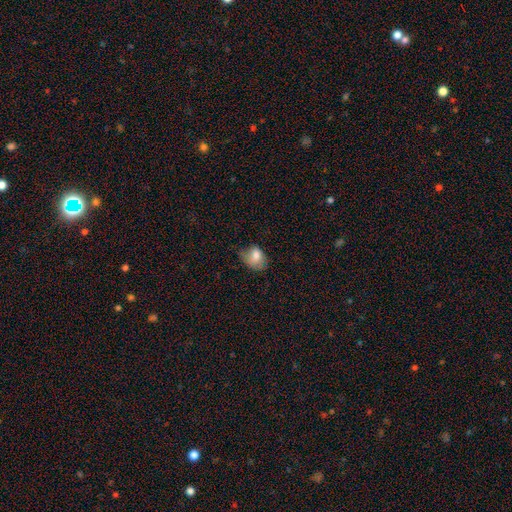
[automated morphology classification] smooth_or_featured: smooth (p=0.79) [alt: featured or disk p=0.12]
how_rounded: in between (p=0.68) [alt: round p=0.31]
merging: none (p=0.41) [alt: minor disturbance p=0.40]